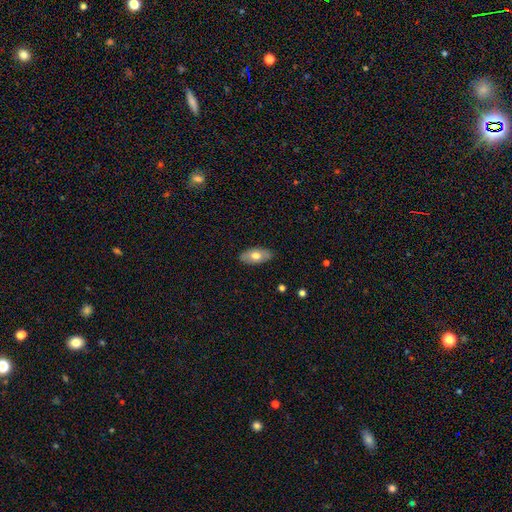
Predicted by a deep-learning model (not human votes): Smooth or featured: smooth — 68% (featured or disk — 26%)
How rounded: in between — 93% (cigar-shaped — 4%)
Merging: none — 86% (minor disturbance — 11%)